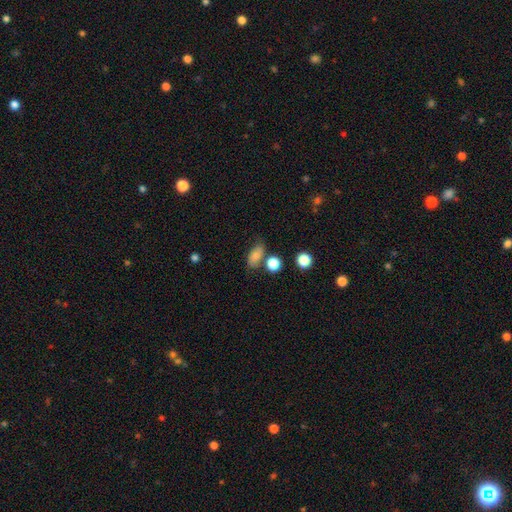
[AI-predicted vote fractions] A smooth galaxy with no disk features (77%) that is in between round and cigar-shaped (81%). Merging: none (64%).